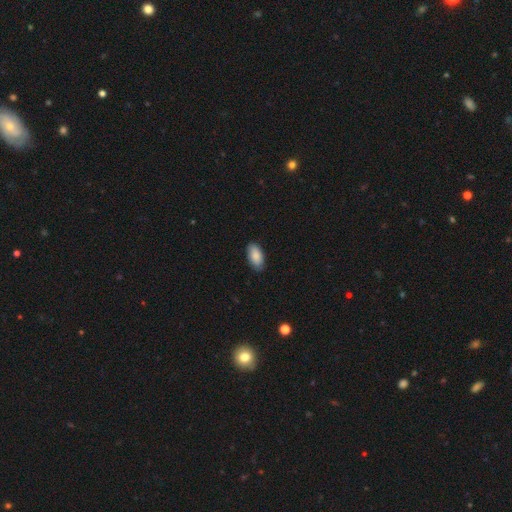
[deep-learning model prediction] smooth-or-featured: smooth: 88% | star or artifact: 6% | featured or disk: 6%
  how-rounded: in between: 94% | cigar-shaped: 3% | round: 2%
  merging: none: 86% | minor disturbance: 11% | major disturbance: 2% | merger: 1%